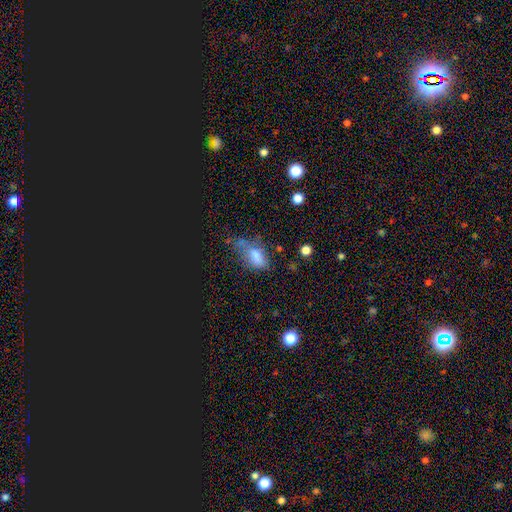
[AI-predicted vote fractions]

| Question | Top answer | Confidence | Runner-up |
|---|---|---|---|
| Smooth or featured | smooth | 65% | featured or disk (19%) |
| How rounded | in between | 85% | round (8%) |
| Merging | none | 33% | tied: minor disturbance (33%) |